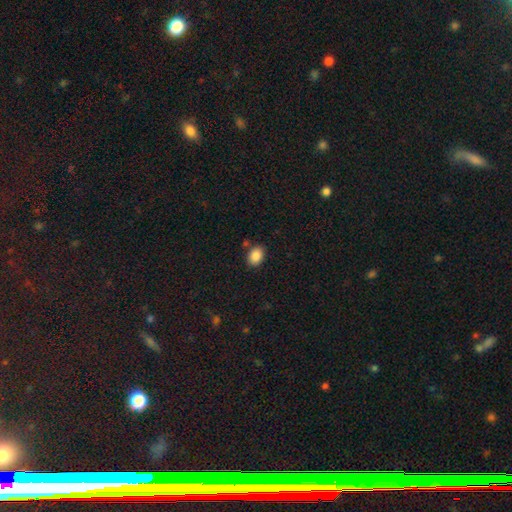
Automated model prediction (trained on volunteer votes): A smooth galaxy with no disk features (88%) that is in between round and cigar-shaped (70%).

Vote fractions:
- Smooth or featured? smooth: 88% / star or artifact: 8% / featured or disk: 4%
- How rounded? in between: 70% / round: 29% / cigar-shaped: 1%
- Merging? none: 81% / minor disturbance: 12% / merger: 5% / major disturbance: 3%